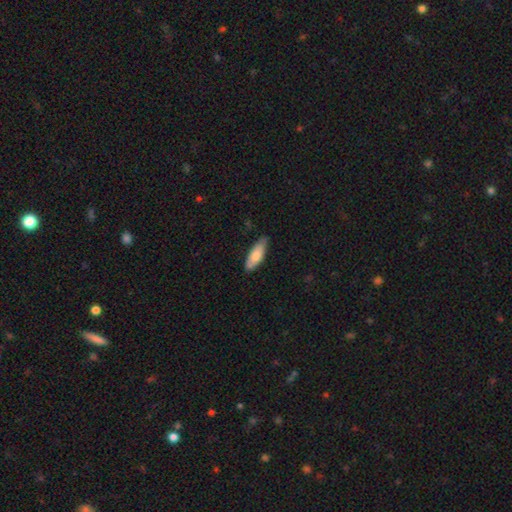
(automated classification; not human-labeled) A smooth galaxy with no disk features (77%) that is in between round and cigar-shaped (59%).

Vote fractions:
- Smooth or featured? smooth: 77% / featured or disk: 18% / star or artifact: 5%
- How rounded? in between: 59% / cigar-shaped: 39% / round: 2%
- Merging? none: 77% / minor disturbance: 20% / major disturbance: 3% / merger: 1%